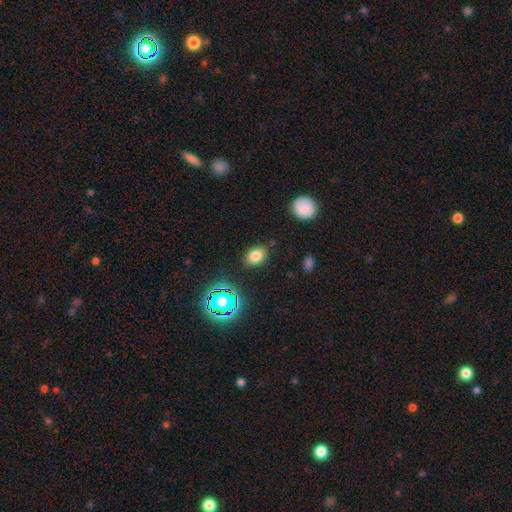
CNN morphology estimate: smooth_or_featured: smooth (p=0.78) [alt: star or artifact p=0.14]
how_rounded: in between (p=0.74) [alt: round p=0.24]
merging: none (p=0.83) [alt: minor disturbance p=0.12]